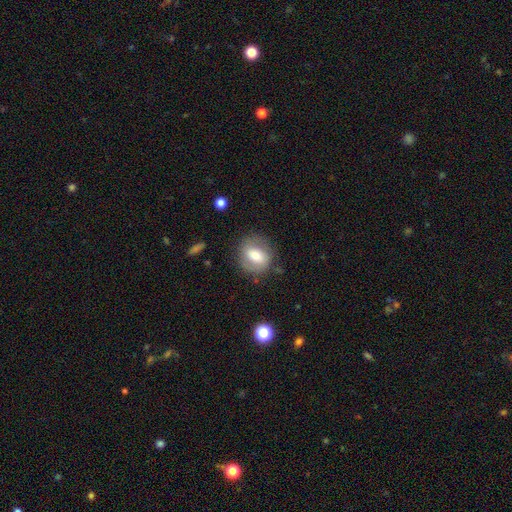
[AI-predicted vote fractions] Smooth or featured?
  - smooth: 62% *
  - featured or disk: 30%
  - star or artifact: 8%
How rounded?
  - round: 63% *
  - in between: 35%
  - cigar-shaped: 1%
Merging?
  - none: 78% *
  - minor disturbance: 14%
  - major disturbance: 6%
  - merger: 2%